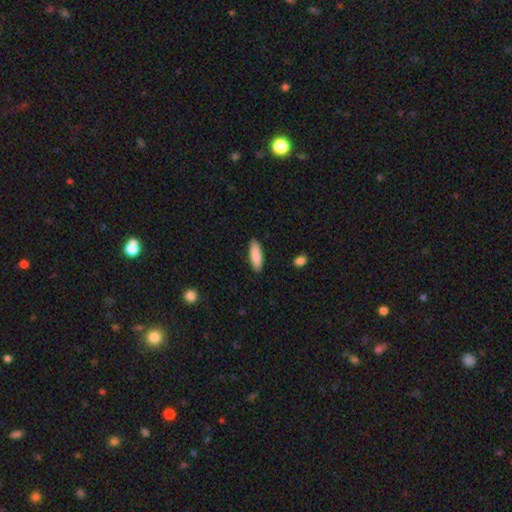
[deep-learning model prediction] smooth 87%, featured or disk 7%, star or artifact 6%. Down the decision tree: how rounded — cigar-shaped (50%); merging — none (87%).